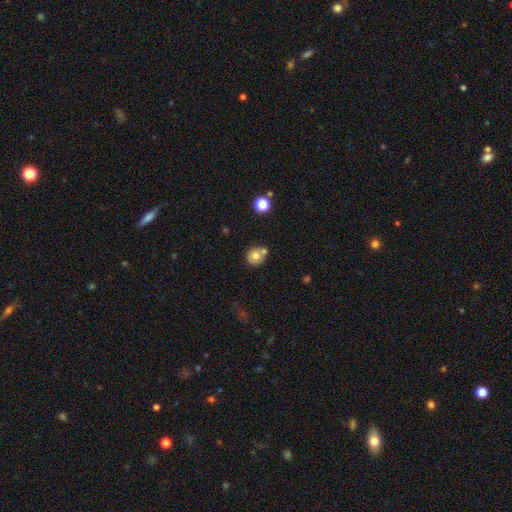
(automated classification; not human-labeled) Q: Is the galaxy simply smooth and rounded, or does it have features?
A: smooth — 69%.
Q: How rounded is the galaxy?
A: round — 78%.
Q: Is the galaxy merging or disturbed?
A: none — 54%.